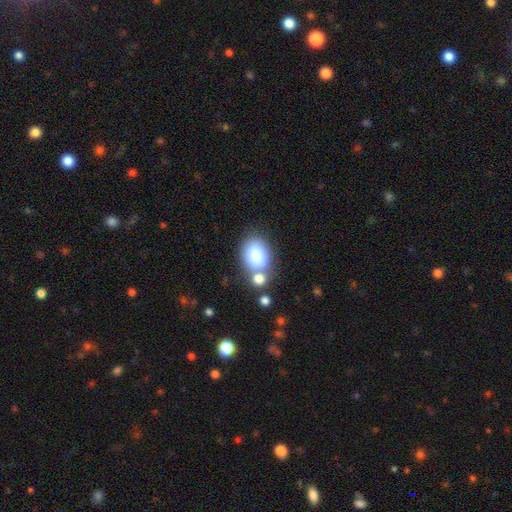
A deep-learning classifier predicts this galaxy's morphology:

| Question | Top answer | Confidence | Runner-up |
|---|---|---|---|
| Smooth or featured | smooth | 81% | featured or disk (11%) |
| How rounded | in between | 74% | round (24%) |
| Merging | none | 57% | merger (24%) |